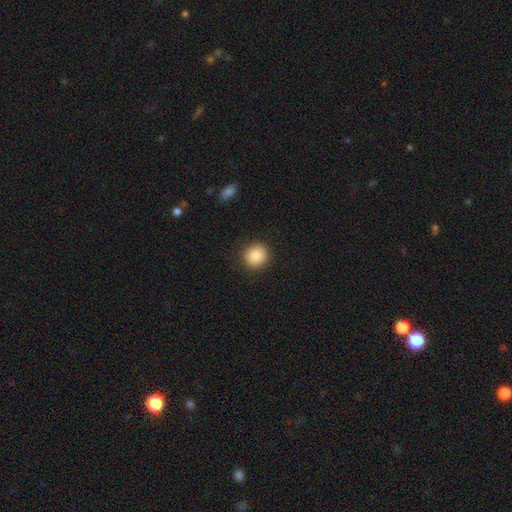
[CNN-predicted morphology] This appears to be a smooth galaxy with no disk features (88%) that is round (89%). Merging: none (90%).